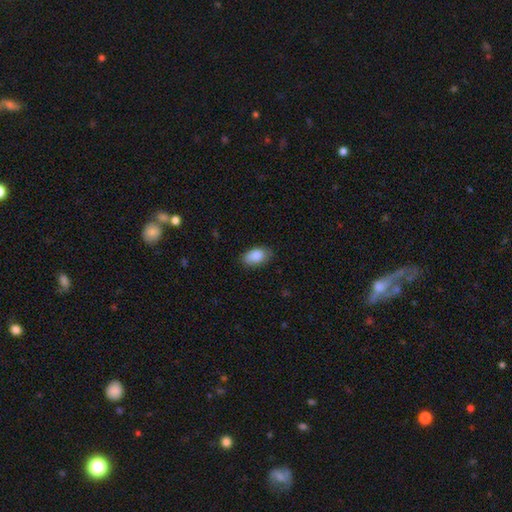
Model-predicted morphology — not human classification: This is clearly a smooth galaxy (88%). How rounded: clearly in between (91%). Merging: likely none (76%).